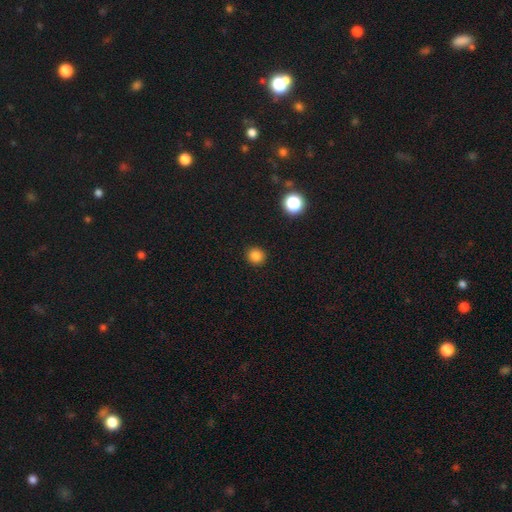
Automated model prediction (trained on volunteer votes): Smooth or featured: smooth — 83% (star or artifact — 13%)
How rounded: round — 92% (in between — 7%)
Merging: none — 92% (minor disturbance — 5%)